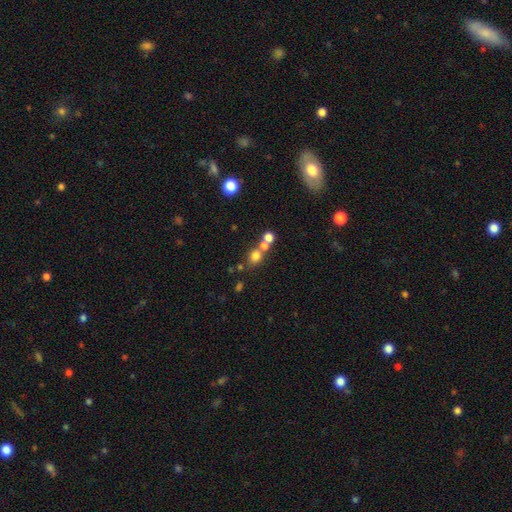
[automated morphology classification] Q: Smooth or featured?
A: smooth (71%); runner-up: star or artifact (16%)
Q: How rounded?
A: round (79%); runner-up: in between (20%)
Q: Merging?
A: none (45%); runner-up: merger (44%)